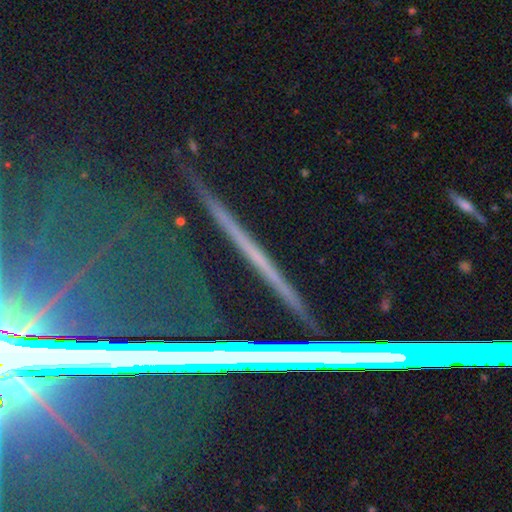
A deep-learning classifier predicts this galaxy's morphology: The model was most divided on "smooth or featured": star or artifact: 75%, featured or disk: 16%, smooth: 9%.